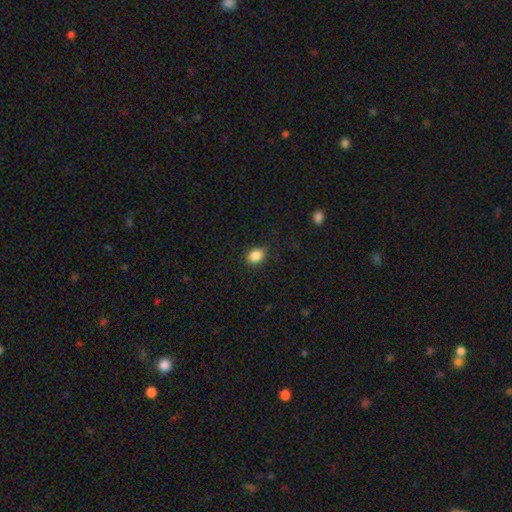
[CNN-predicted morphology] The model was most divided on "how rounded": in between: 54%, round: 45%, cigar-shaped: 1%. More confident: smooth or featured — smooth (86%); merging — none (84%).